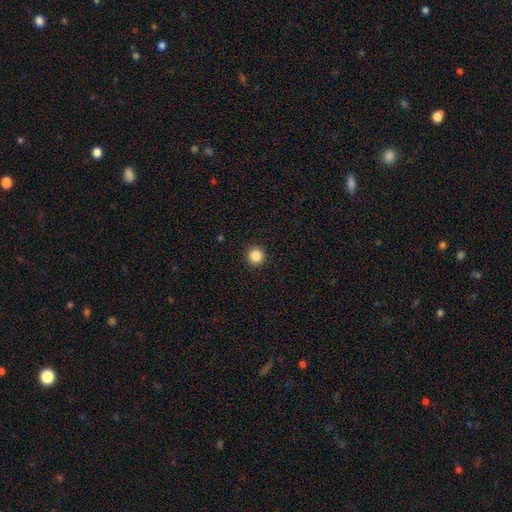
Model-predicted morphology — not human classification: This is clearly a smooth galaxy (86%). How rounded: clearly round (94%). Merging: clearly none (93%).